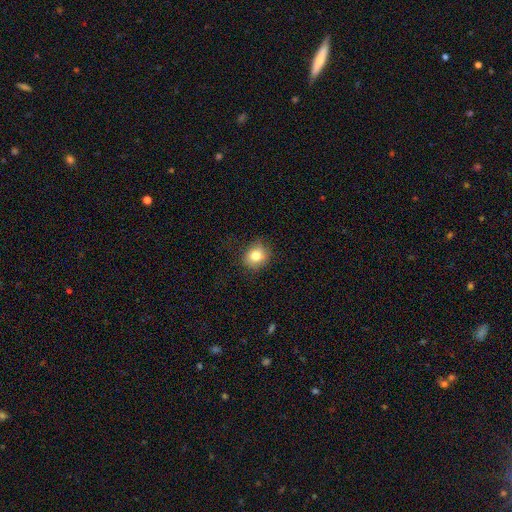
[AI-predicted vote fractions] A smooth galaxy with no disk features (80%) that is round (73%). Merging: none (78%).